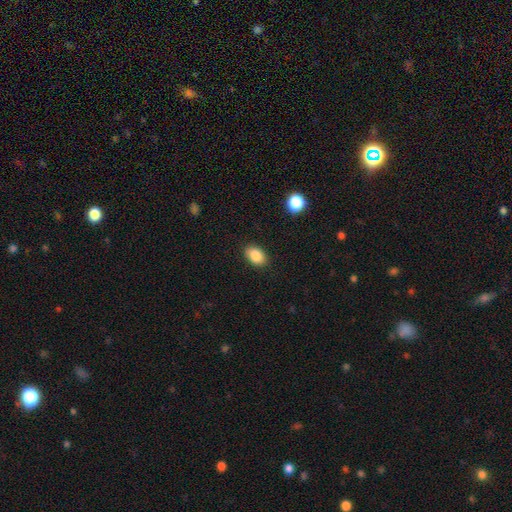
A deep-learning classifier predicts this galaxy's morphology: A smooth galaxy with no disk features (86%) that is in between round and cigar-shaped (85%).

Vote fractions:
- Smooth or featured? smooth: 86% / star or artifact: 8% / featured or disk: 6%
- How rounded? in between: 85% / round: 13% / cigar-shaped: 1%
- Merging? none: 88% / minor disturbance: 9% / major disturbance: 2% / merger: 1%